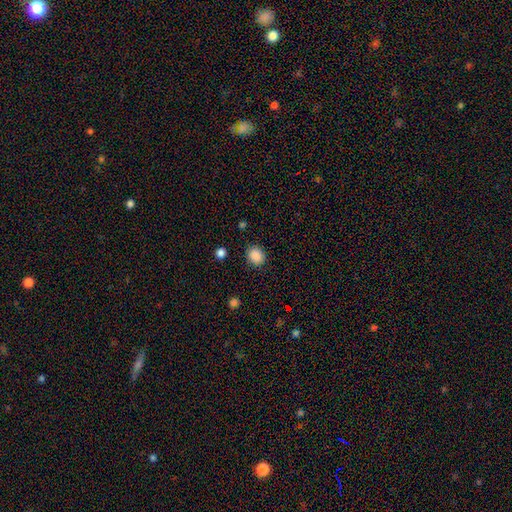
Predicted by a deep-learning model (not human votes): smooth_or_featured: smooth (p=0.87) [alt: star or artifact p=0.09]
how_rounded: round (p=0.68) [alt: in between p=0.31]
merging: none (p=0.88) [alt: minor disturbance p=0.08]